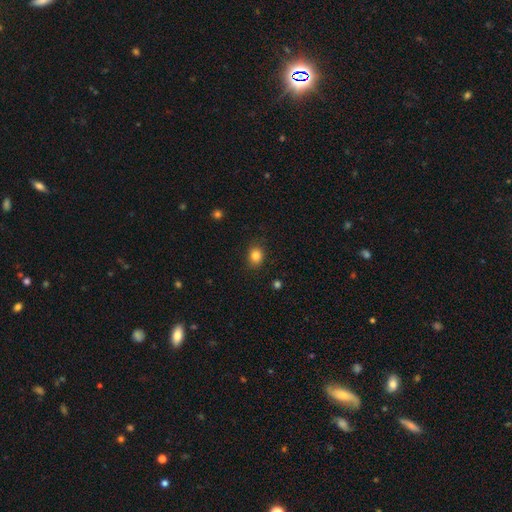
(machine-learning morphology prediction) This is clearly a smooth galaxy (84%). How rounded: possibly round (54%). Merging: clearly none (86%).